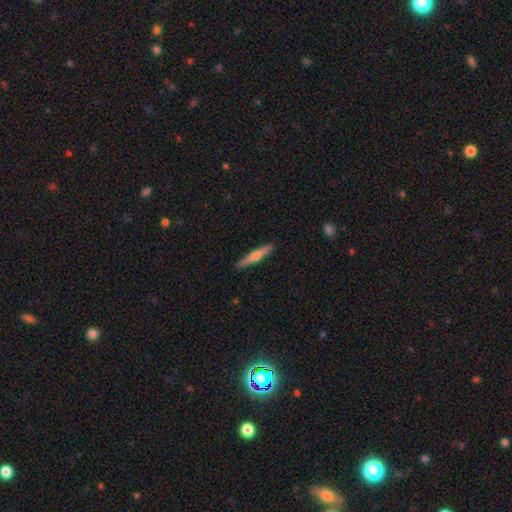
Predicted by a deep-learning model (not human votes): Q: Smooth or featured?
A: featured or disk (55%); runner-up: smooth (39%)
Q: Edge-on disk?
A: yes (97%); runner-up: no (3%)
Q: Edge-on bulge?
A: rounded (87%); runner-up: none (8%)
Q: Merging?
A: none (91%); runner-up: minor disturbance (6%)